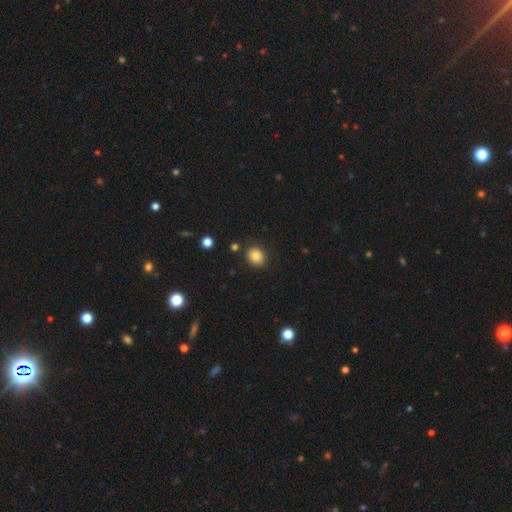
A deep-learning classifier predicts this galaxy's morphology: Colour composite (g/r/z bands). It shows a smooth galaxy with no disk features (84%) that is round (60%). Merging: none (85%).